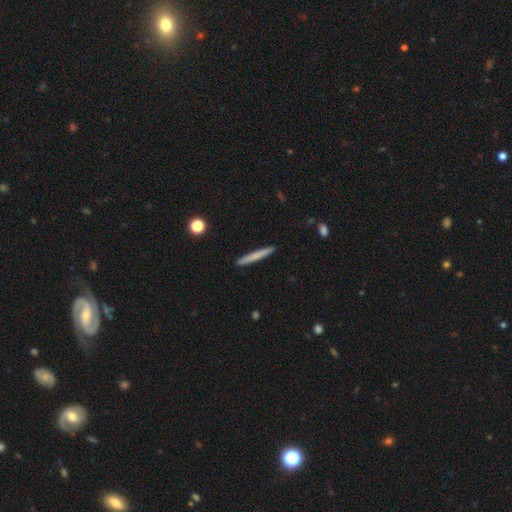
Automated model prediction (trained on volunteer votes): Morphology: type=smooth (71%); roundness=cigar-shaped (96%); merging=none (92%).